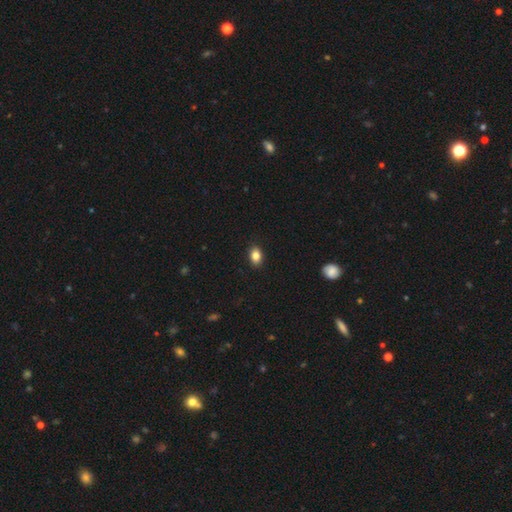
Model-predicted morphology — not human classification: A smooth galaxy with no disk features (84%) that is in between round and cigar-shaped (79%). Merging: none (90%).